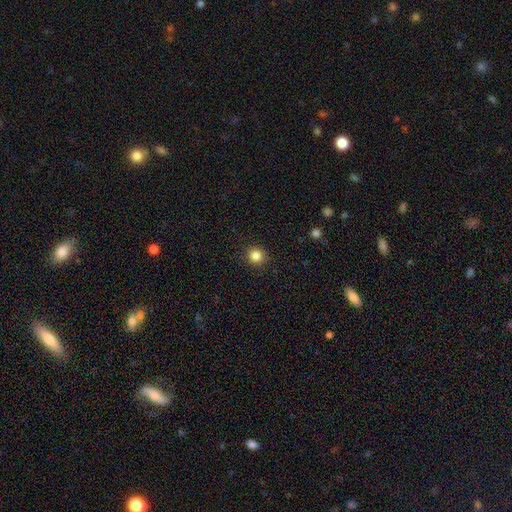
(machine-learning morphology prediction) The model was most divided on "smooth or featured": smooth: 85%, star or artifact: 11%, featured or disk: 4%. More confident: merging — none (91%); how rounded — round (89%).